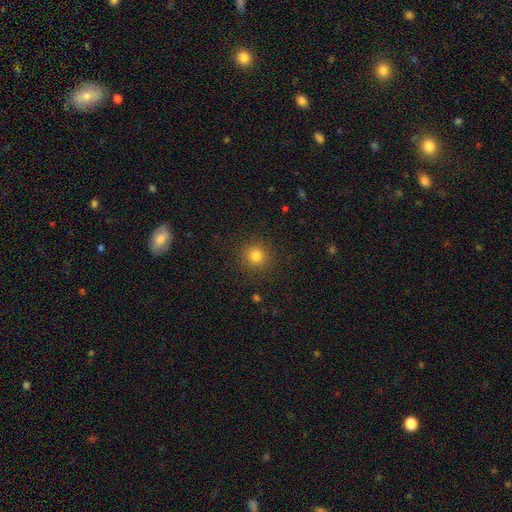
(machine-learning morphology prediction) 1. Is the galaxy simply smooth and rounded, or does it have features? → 82% smooth, 13% star or artifact, 5% featured or disk.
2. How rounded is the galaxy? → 93% round, 6% in between, 1% cigar-shaped.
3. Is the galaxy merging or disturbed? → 90% none, 6% minor disturbance, 3% major disturbance, 1% merger.